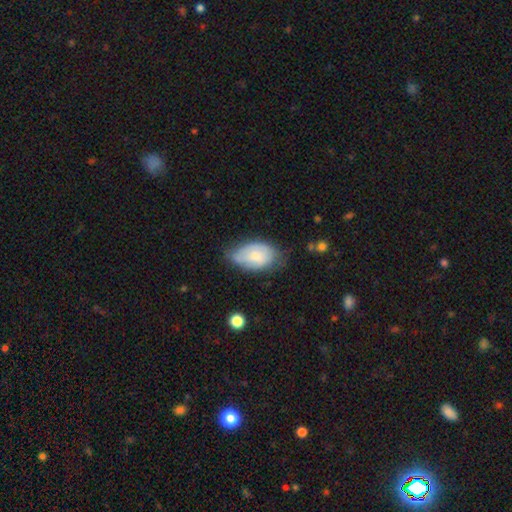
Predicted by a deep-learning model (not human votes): smooth-or-featured: smooth: 59% | featured or disk: 34% | star or artifact: 7%
  how-rounded: in between: 92% | round: 7% | cigar-shaped: 2%
  merging: none: 47% | minor disturbance: 39% | major disturbance: 11% | merger: 2%